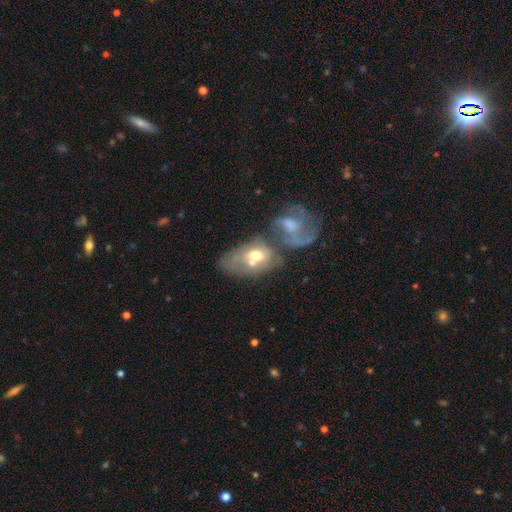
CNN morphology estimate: Overall: featured or disk (47%; smooth 43%). Merging: merger (58%).